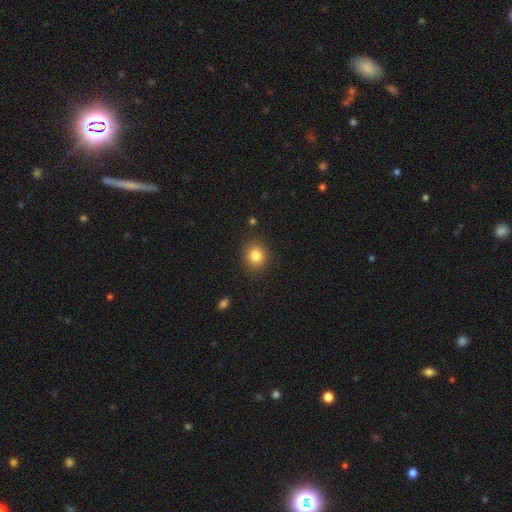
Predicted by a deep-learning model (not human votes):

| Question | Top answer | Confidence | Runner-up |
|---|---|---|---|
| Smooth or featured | smooth | 83% | star or artifact (11%) |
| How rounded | round | 83% | in between (16%) |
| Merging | none | 89% | minor disturbance (7%) |